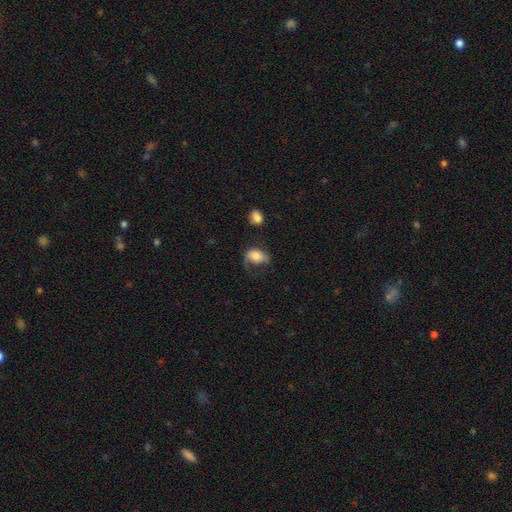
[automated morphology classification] Smooth or featured? Predicted: smooth (p=0.62). How rounded? Predicted: in between (p=0.83). Merging? Predicted: major disturbance (p=0.36).